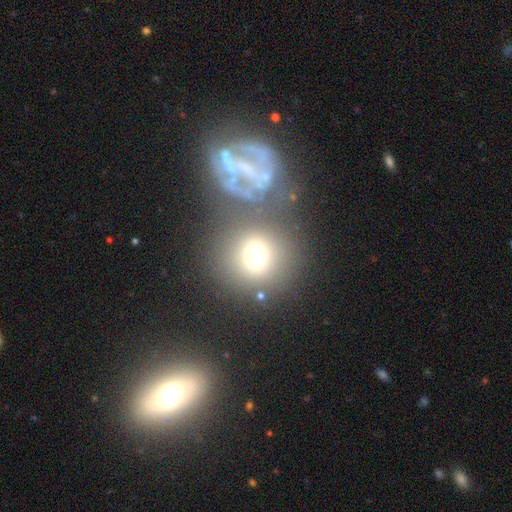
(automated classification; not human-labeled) Smooth or featured?
  - smooth: 58% *
  - featured or disk: 26%
  - star or artifact: 16%
How rounded?
  - round: 85% *
  - in between: 14%
  - cigar-shaped: 1%
Merging?
  - none: 56% *
  - merger: 21%
  - minor disturbance: 12%
  - major disturbance: 10%